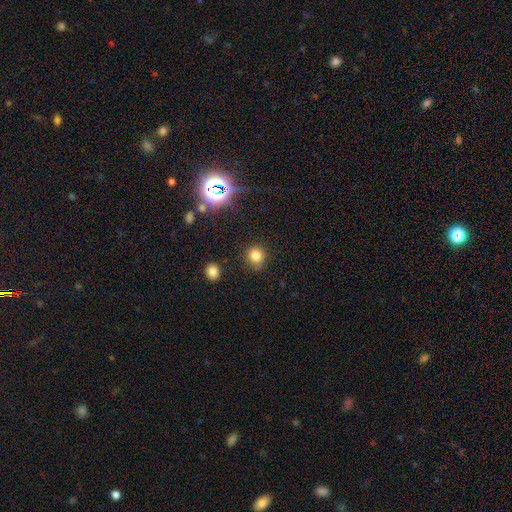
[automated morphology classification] Q: Smooth or featured?
A: smooth (78%); runner-up: star or artifact (17%)
Q: How rounded?
A: round (88%); runner-up: in between (11%)
Q: Merging?
A: none (79%); runner-up: minor disturbance (14%)